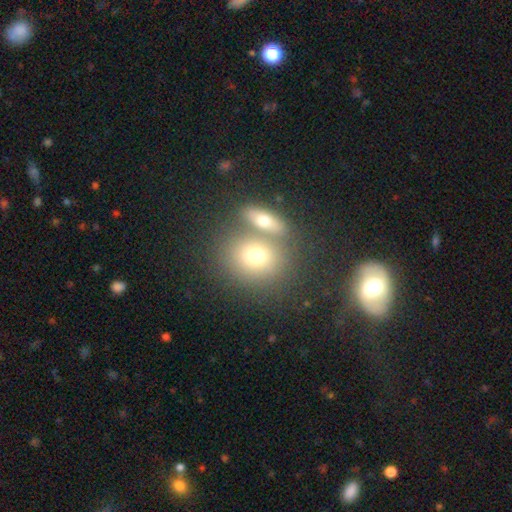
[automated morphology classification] smooth-or-featured: smooth: 70% | featured or disk: 19% | star or artifact: 11%
  how-rounded: round: 62% | in between: 36% | cigar-shaped: 2%
  merging: none: 50% | merger: 37% | minor disturbance: 9% | major disturbance: 4%